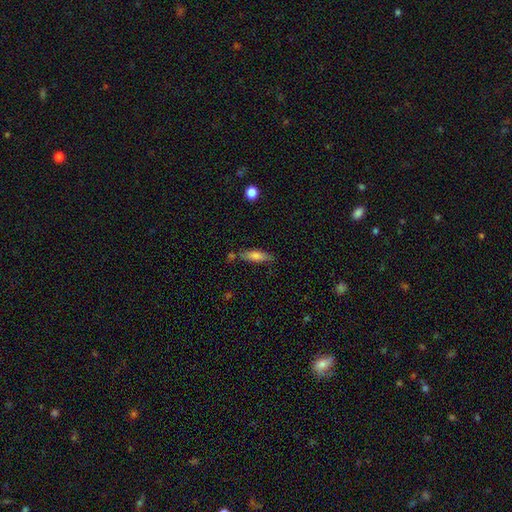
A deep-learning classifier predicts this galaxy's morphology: A smooth galaxy with no disk features (73%) that is cigar-shaped (56%).

Vote fractions:
- Smooth or featured? smooth: 73% / featured or disk: 20% / star or artifact: 7%
- How rounded? cigar-shaped: 56% / in between: 42% / round: 2%
- Merging? none: 71% / minor disturbance: 17% / merger: 8% / major disturbance: 4%